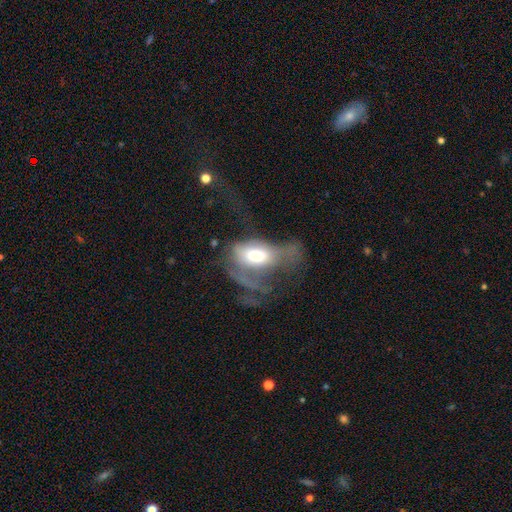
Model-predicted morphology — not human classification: type=smooth (47%); merging=major disturbance (64%).